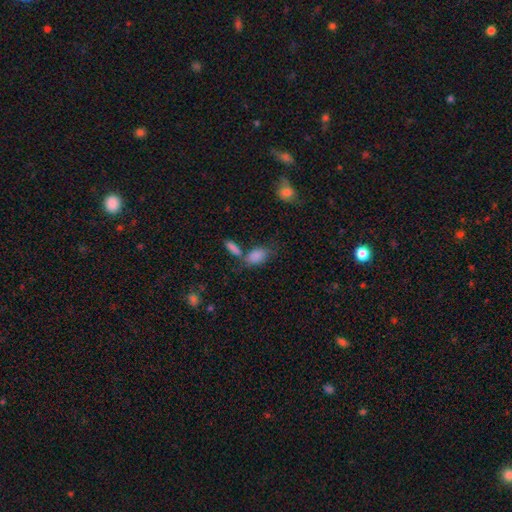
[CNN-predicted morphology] smooth_or_featured: smooth (p=0.84) [alt: star or artifact p=0.09]
how_rounded: in between (p=0.89) [alt: round p=0.06]
merging: none (p=0.49) [alt: merger p=0.29]